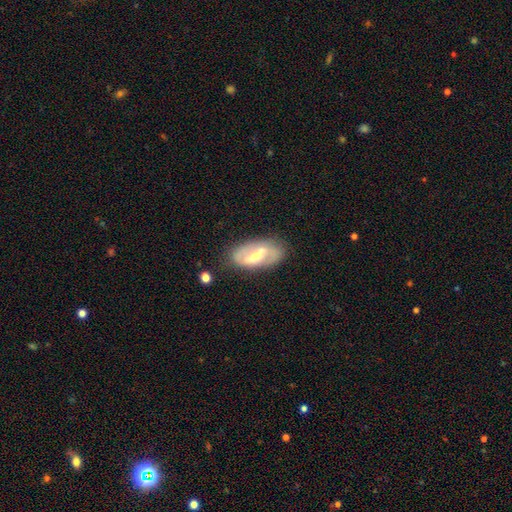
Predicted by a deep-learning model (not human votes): Smooth or featured: featured or disk — 74% (smooth — 21%)
Edge-on disk: no — 92% (yes — 8%)
Bar: strong — 57% (weak — 33%)
Spiral arms: yes — 70% (no — 30%)
Bulge size: moderate — 54% (small — 35%)
Merging: none — 78% (minor disturbance — 15%)